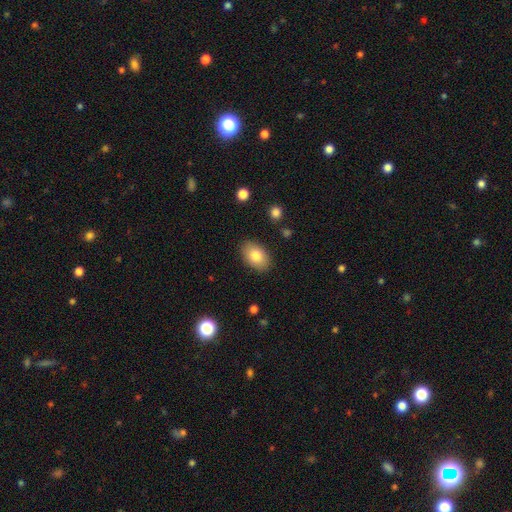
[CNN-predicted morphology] Smooth or featured: smooth — 81% (featured or disk — 11%)
How rounded: in between — 88% (round — 10%)
Merging: none — 86% (minor disturbance — 10%)